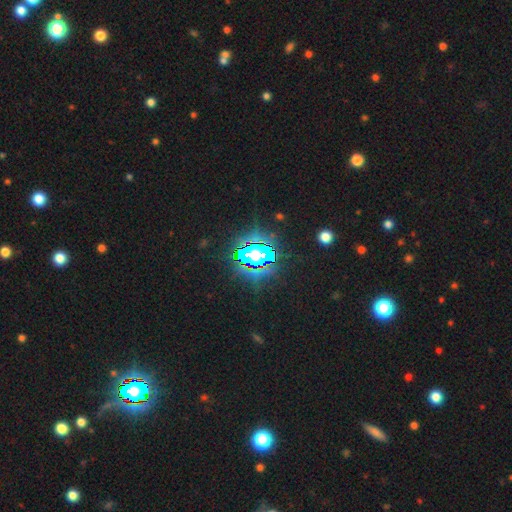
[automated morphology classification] Smooth or featured? Predicted: star or artifact (p=0.83).